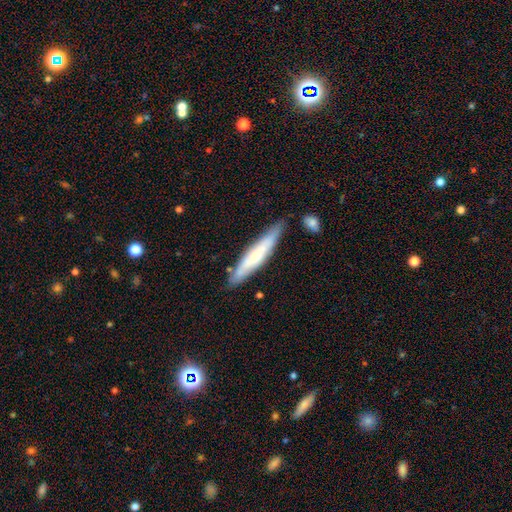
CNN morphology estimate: Smooth or featured? smooth (49%)
Merging? none (79%)